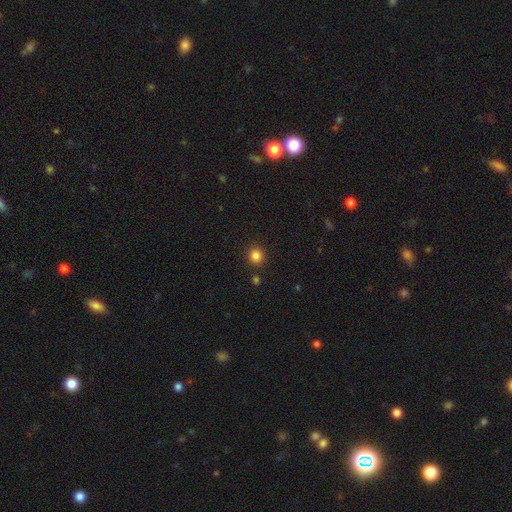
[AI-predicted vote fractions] Smooth or featured? smooth (83%)
How rounded? round (92%)
Merging? none (88%)